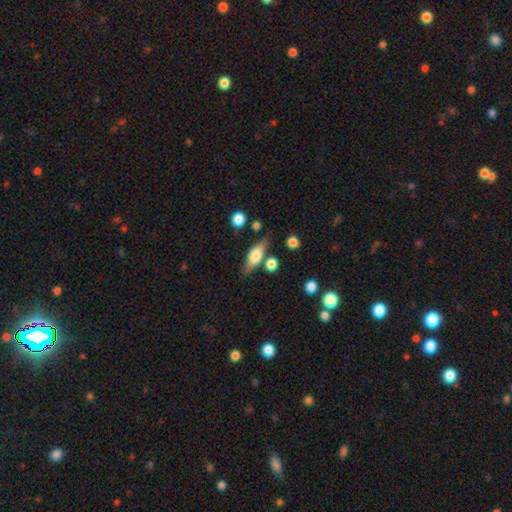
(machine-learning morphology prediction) This is possibly a smooth galaxy (56%). How rounded: possibly in between (60%). Merging: likely none (74%).